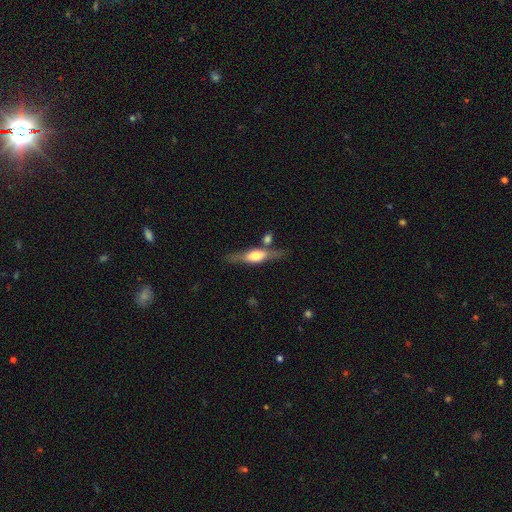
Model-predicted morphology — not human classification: Smooth or featured? featured or disk (63%)
Edge-on disk? yes (91%)
Edge-on bulge? rounded (86%)
Merging? none (68%)